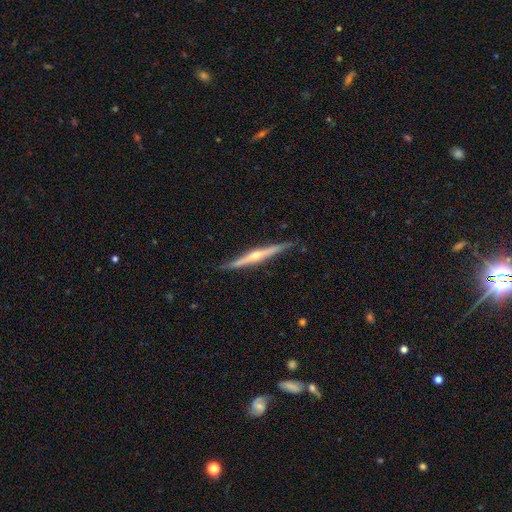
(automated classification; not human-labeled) Smooth or featured: featured or disk — 79% (smooth — 17%)
Edge-on disk: yes — 98% (no — 2%)
Edge-on bulge: rounded — 85% (none — 11%)
Merging: none — 87% (minor disturbance — 10%)